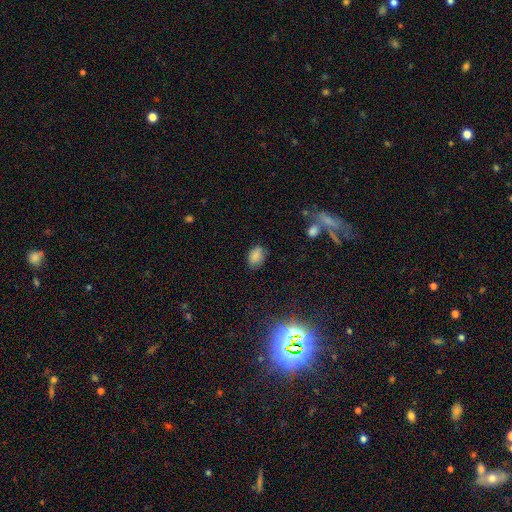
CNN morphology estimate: Smooth or featured? Predicted: smooth (p=0.83). How rounded? Predicted: in between (p=0.86). Merging? Predicted: none (p=0.74).